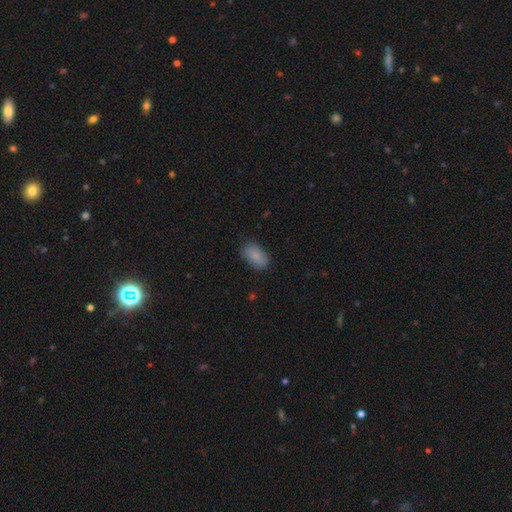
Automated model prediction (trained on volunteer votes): A smooth galaxy with no disk features (86%) that is in between round and cigar-shaped (92%).

Vote fractions:
- Smooth or featured? smooth: 86% / star or artifact: 7% / featured or disk: 7%
- How rounded? in between: 92% / round: 6% / cigar-shaped: 2%
- Merging? none: 80% / minor disturbance: 15% / major disturbance: 3% / merger: 1%